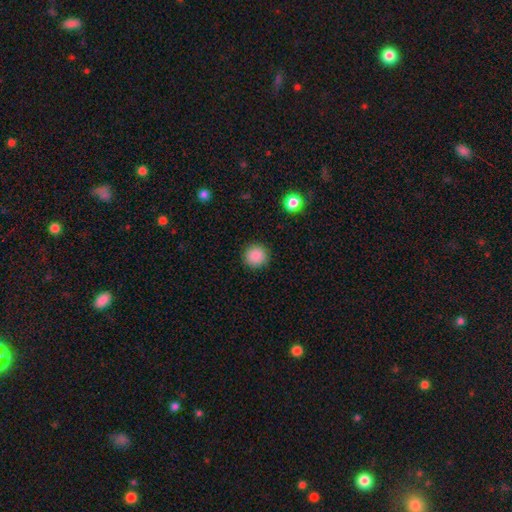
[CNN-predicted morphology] A smooth galaxy with no disk features (88%) that is round (95%). Merging: none (91%).